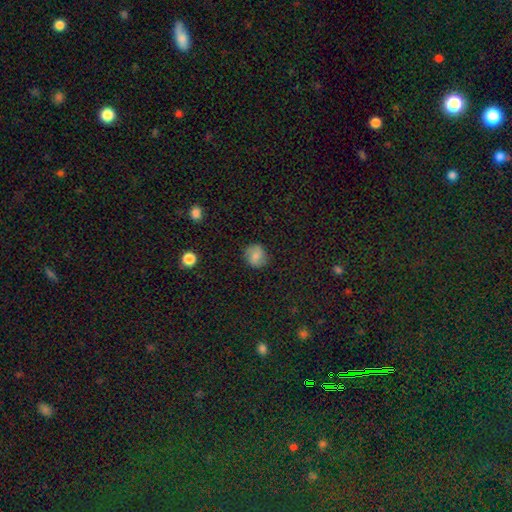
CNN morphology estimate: smooth 73%, featured or disk 17%, star or artifact 10%. Down the decision tree: how rounded — round (84%); merging — none (85%).